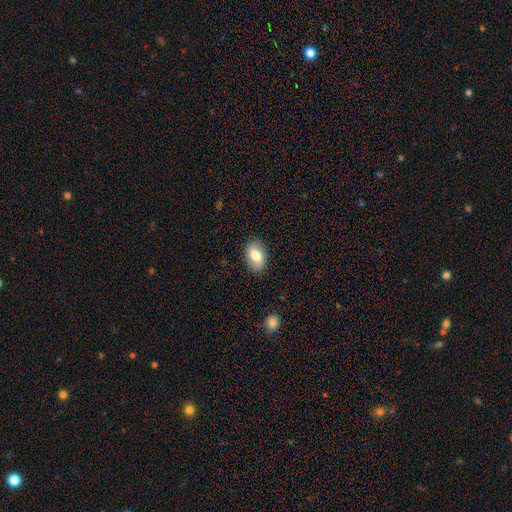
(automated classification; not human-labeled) A smooth galaxy with no disk features (70%) that is in between round and cigar-shaped (86%).

Vote fractions:
- Smooth or featured? smooth: 70% / featured or disk: 23% / star or artifact: 7%
- How rounded? in between: 86% / round: 12% / cigar-shaped: 1%
- Merging? none: 84% / minor disturbance: 12% / major disturbance: 3% / merger: 1%